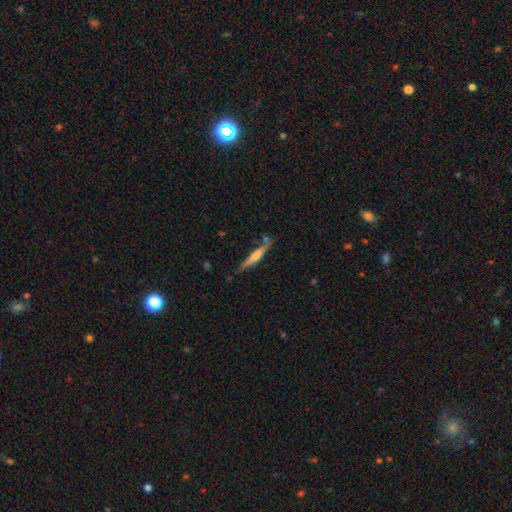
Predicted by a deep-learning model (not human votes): Smooth or featured? Predicted: featured or disk (p=0.50). Merging? Predicted: none (p=0.72).